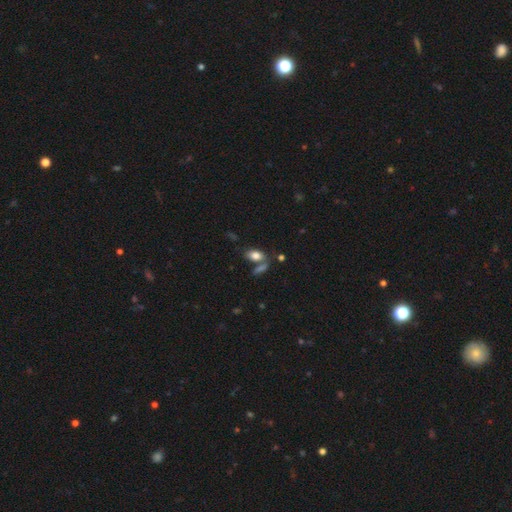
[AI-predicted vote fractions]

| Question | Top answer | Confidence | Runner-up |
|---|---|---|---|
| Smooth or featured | smooth | 80% | featured or disk (11%) |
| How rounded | in between | 89% | round (7%) |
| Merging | none | 59% | merger (24%) |